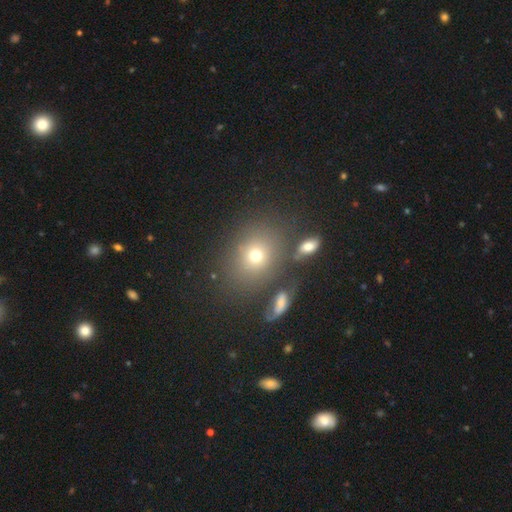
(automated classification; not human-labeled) Smooth or featured?
  - smooth: 68% *
  - star or artifact: 16%
  - featured or disk: 15%
How rounded?
  - round: 56% *
  - in between: 43%
  - cigar-shaped: 1%
Merging?
  - none: 71% *
  - minor disturbance: 13%
  - merger: 9%
  - major disturbance: 7%